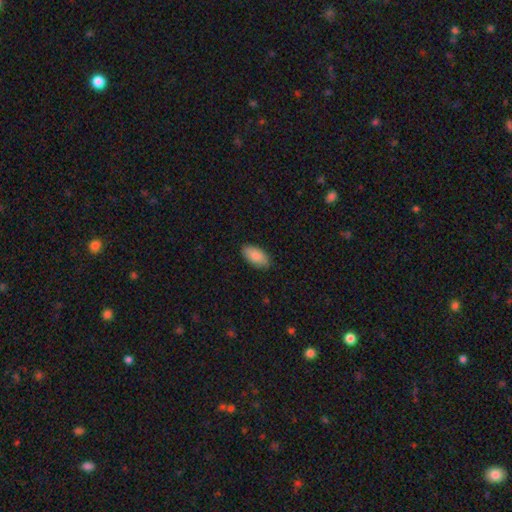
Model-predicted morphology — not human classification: Q: Smooth or featured?
A: smooth (87%); runner-up: featured or disk (7%)
Q: How rounded?
A: in between (94%); runner-up: cigar-shaped (4%)
Q: Merging?
A: none (87%); runner-up: minor disturbance (10%)